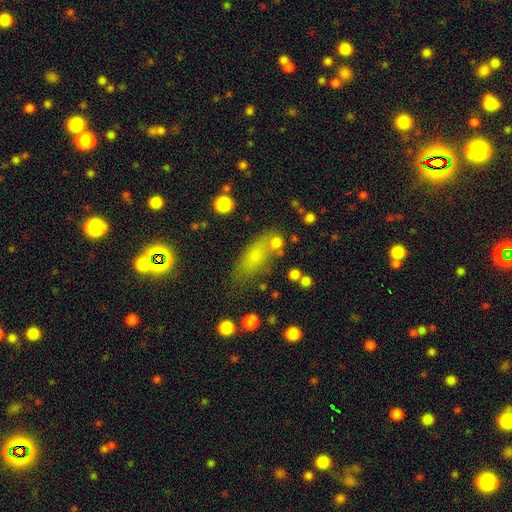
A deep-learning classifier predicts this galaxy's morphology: This appears to be a smooth galaxy with no disk features (68%) that is in between round and cigar-shaped (71%). Merging: none (59%).